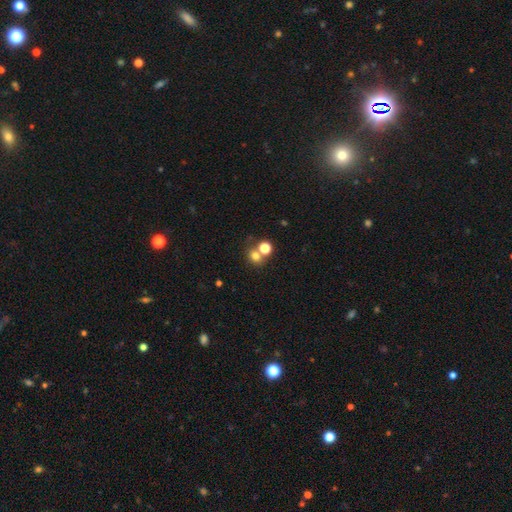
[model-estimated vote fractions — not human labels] smooth_or_featured: smooth (p=0.71) [alt: star or artifact p=0.18]
how_rounded: round (p=0.73) [alt: in between p=0.26]
merging: none (p=0.52) [alt: merger p=0.35]